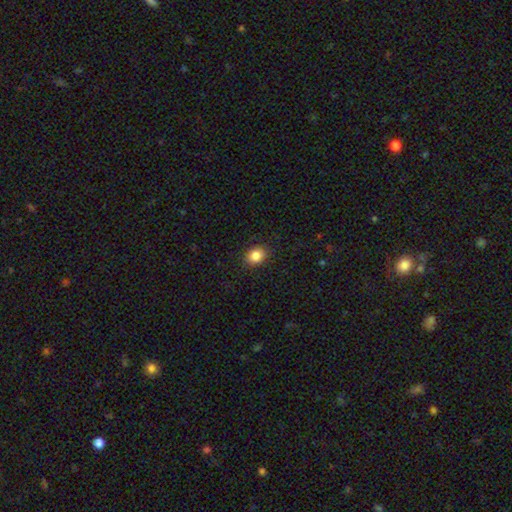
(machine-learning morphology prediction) The model was most divided on "how rounded": round: 51%, in between: 48%, cigar-shaped: 1%. More confident: merging — none (88%); smooth or featured — smooth (85%).